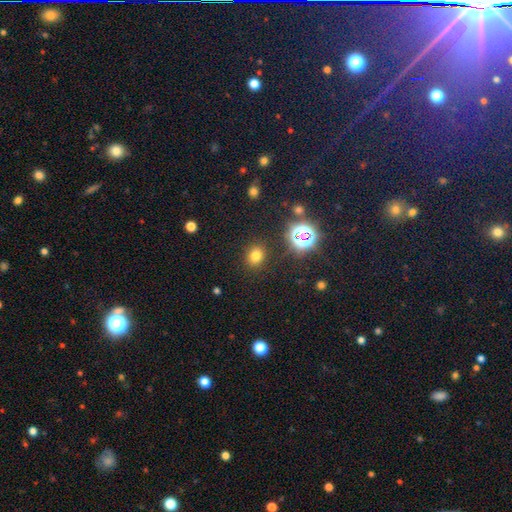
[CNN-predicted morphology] This appears to be a smooth galaxy with no disk features (70%) that is round (66%). Merging: none (87%).